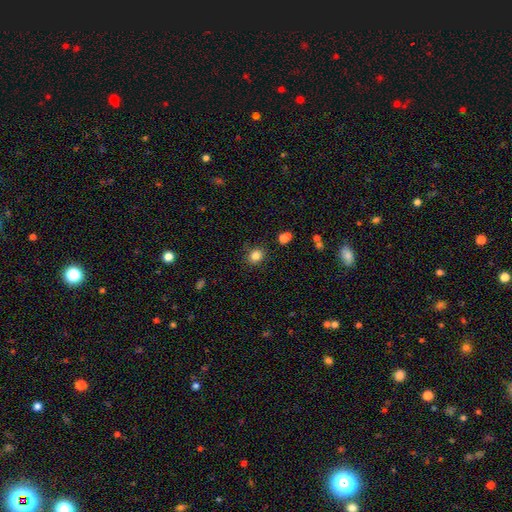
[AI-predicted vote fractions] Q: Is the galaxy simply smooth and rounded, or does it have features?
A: smooth — 83%.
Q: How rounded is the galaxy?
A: round — 68%.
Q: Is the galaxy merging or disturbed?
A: none — 84%.